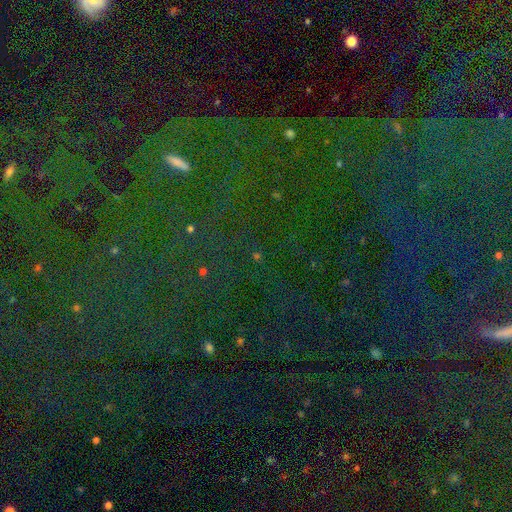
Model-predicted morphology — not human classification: Overall: star or artifact (82%).